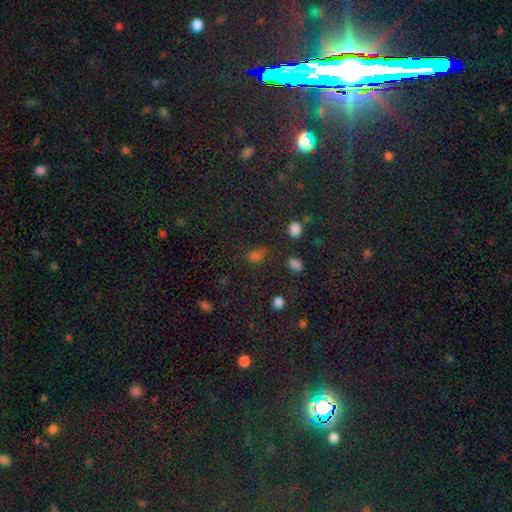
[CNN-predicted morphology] smooth-or-featured: smooth: 60% | star or artifact: 34% | featured or disk: 6%
  how-rounded: round: 56% | in between: 41% | cigar-shaped: 2%
  merging: none: 68% | minor disturbance: 17% | major disturbance: 8% | merger: 7%